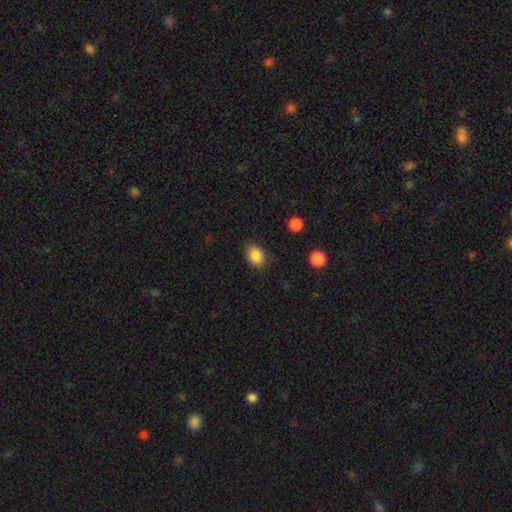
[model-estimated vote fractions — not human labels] smooth_or_featured: smooth (p=0.87) [alt: star or artifact p=0.09]
how_rounded: in between (p=0.61) [alt: round p=0.38]
merging: none (p=0.80) [alt: minor disturbance p=0.15]